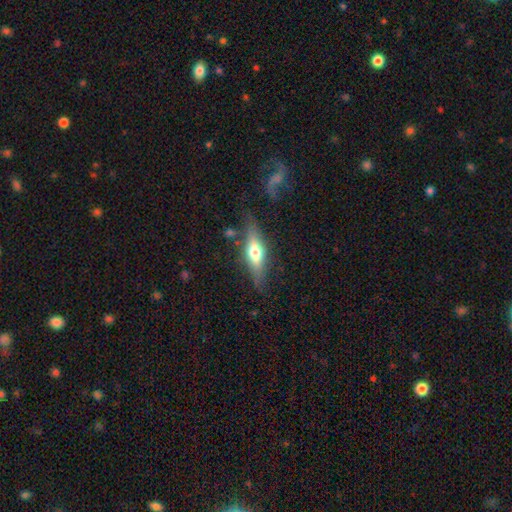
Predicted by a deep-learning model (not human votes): featured or disk 56%, smooth 37%, star or artifact 7%. Down the decision tree: edge-on disk — yes (89%); merging — none (77%).